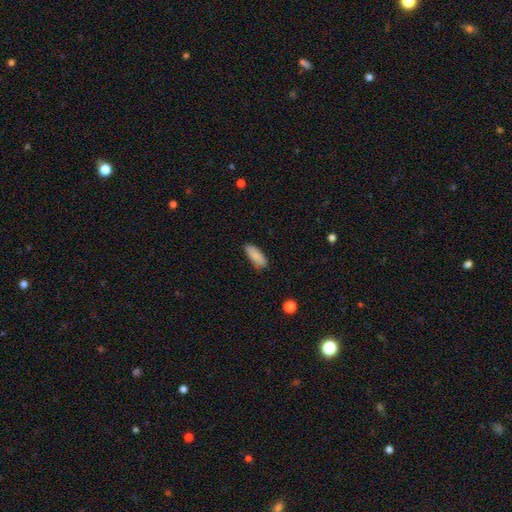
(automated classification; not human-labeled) This appears to be a smooth galaxy with no disk features (88%) that is in between round and cigar-shaped (76%). Merging: none (84%).